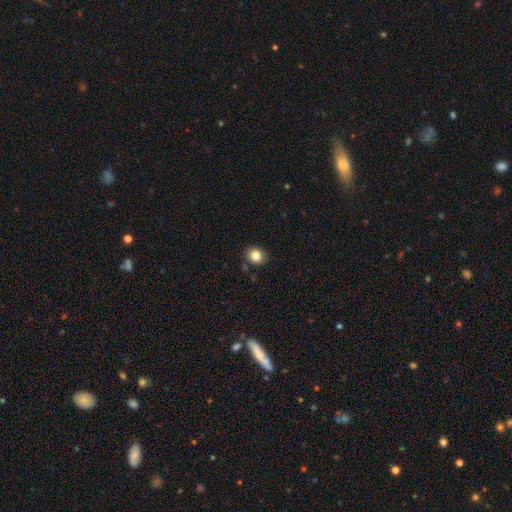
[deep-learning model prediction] Overall: smooth (84%). How rounded: round (61%; in between 38%). Merging: none (84%).